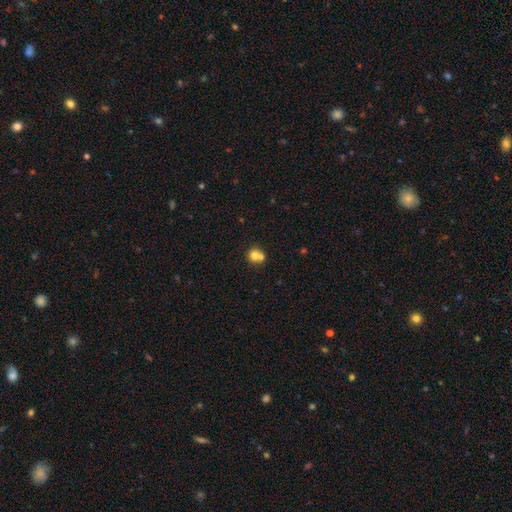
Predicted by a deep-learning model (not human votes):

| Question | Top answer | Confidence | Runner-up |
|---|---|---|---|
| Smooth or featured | smooth | 74% | featured or disk (15%) |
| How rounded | round | 84% | in between (15%) |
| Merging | merger | 53% | none (38%) |